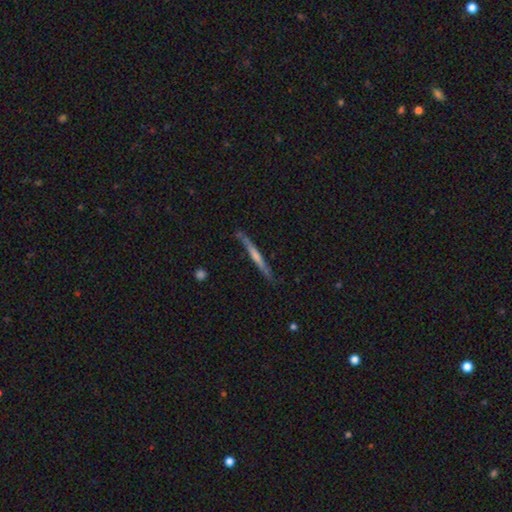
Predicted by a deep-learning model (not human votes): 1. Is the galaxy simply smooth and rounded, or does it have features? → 72% featured or disk, 20% smooth, 8% star or artifact.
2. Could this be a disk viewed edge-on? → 97% yes, 3% no.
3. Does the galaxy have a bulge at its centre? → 63% rounded, 29% none, 8% boxy.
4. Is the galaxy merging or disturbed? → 88% none, 9% minor disturbance, 2% major disturbance, 1% merger.